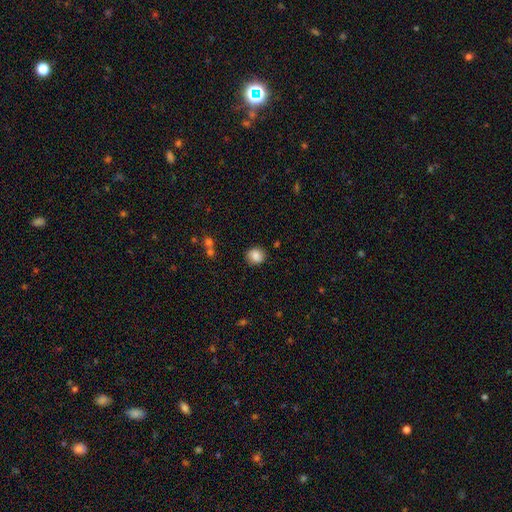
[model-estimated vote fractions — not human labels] A smooth galaxy with no disk features (86%) that is round (74%).

Vote fractions:
- Smooth or featured? smooth: 86% / star or artifact: 8% / featured or disk: 6%
- How rounded? round: 74% / in between: 25% / cigar-shaped: 1%
- Merging? none: 85% / minor disturbance: 10% / major disturbance: 3% / merger: 2%